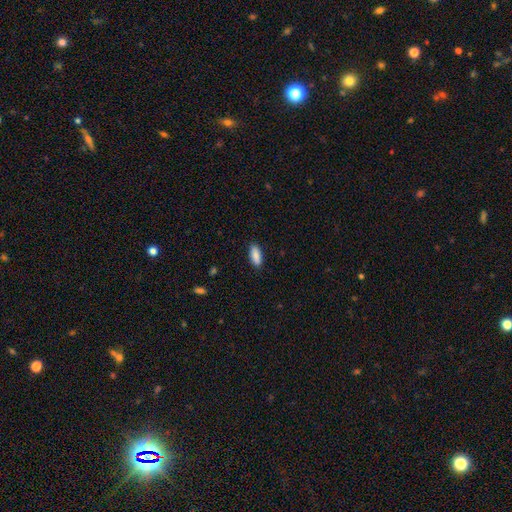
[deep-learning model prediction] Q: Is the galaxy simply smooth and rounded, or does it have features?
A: smooth — 88%.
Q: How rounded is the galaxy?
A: in between — 79%.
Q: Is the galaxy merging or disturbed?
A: none — 88%.